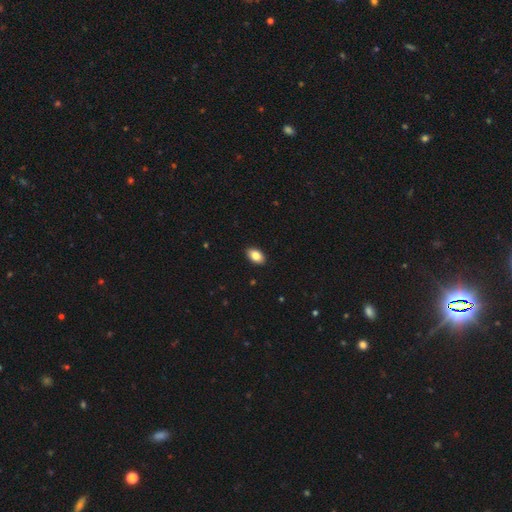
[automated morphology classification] Smooth or featured? smooth (85%)
How rounded? in between (91%)
Merging? none (90%)